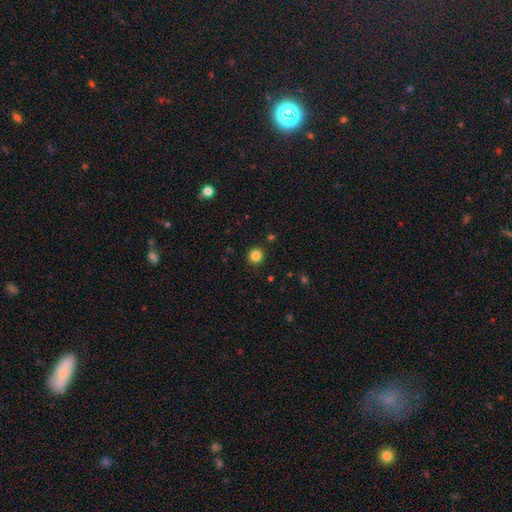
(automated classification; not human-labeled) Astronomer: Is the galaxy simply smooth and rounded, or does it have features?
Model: smooth — 84%.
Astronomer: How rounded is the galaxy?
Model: round — 91%.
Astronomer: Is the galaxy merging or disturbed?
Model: none — 91%.